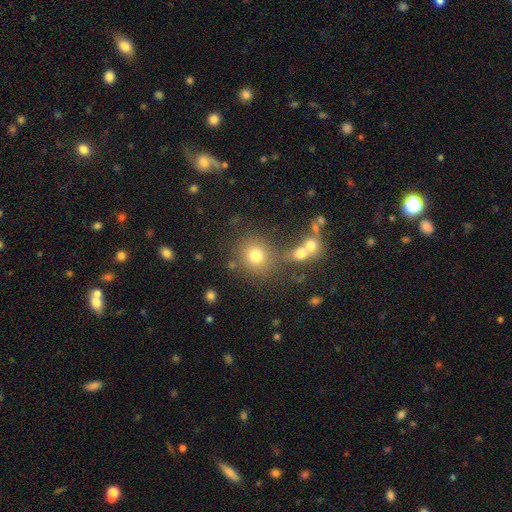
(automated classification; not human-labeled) This appears to be a smooth galaxy with no disk features (73%) that is round (83%). Merging: none (66%).